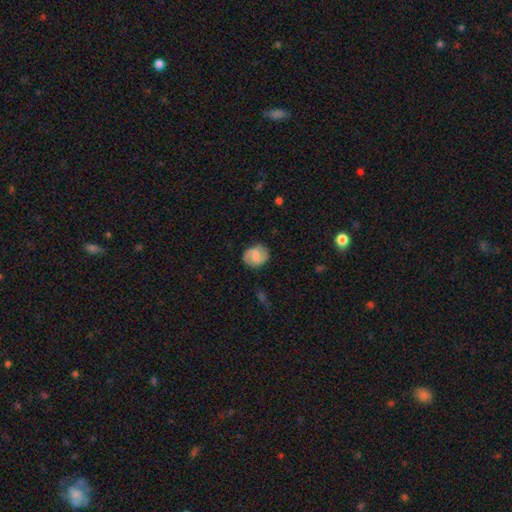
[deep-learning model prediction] Smooth or featured?
  - featured or disk: 59% *
  - smooth: 34%
  - star or artifact: 7%
Edge-on disk?
  - no: 97% *
  - yes: 3%
Bar?
  - weak: 52% *
  - no: 27%
  - strong: 21%
Spiral arms?
  - yes: 91% *
  - no: 9%
Spiral winding?
  - medium: 47% *
  - tight: 27%
  - loose: 26%
Spiral arm count?
  - 2: 88% *
  - can't tell: 6%
  - 1: 2%
  - 3: 1%
  - 4: 1%
  - more than 4: 1%
Bulge size?
  - none: 32% *
  - moderate: 30%
  - small: 27%
  - large: 10%
  - dominant: 2%
Merging?
  - none: 82% *
  - minor disturbance: 13%
  - major disturbance: 4%
  - merger: 1%